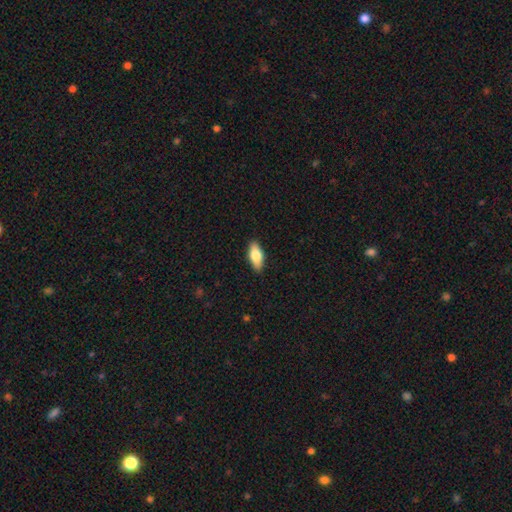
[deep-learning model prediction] A smooth galaxy with no disk features (74%) that is in between round and cigar-shaped (81%). Merging: none (89%).